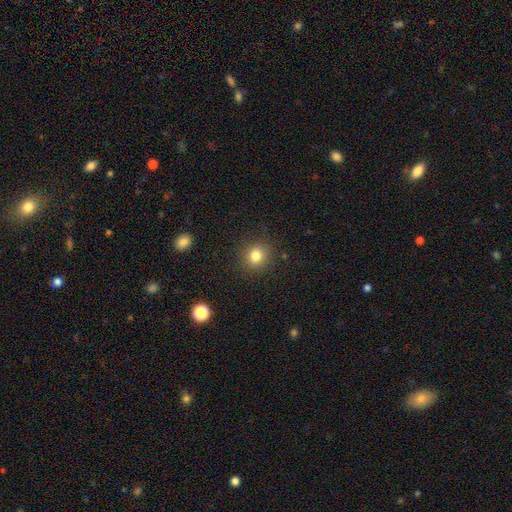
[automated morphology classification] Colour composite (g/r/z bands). It shows a smooth galaxy with no disk features (81%) that is round (85%). Merging: none (89%).